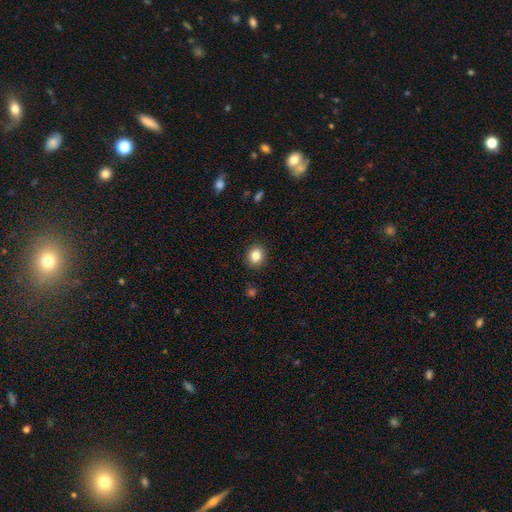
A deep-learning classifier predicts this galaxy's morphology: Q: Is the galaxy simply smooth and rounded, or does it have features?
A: smooth — 84%.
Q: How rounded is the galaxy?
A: round — 77%.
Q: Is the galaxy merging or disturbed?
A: none — 91%.